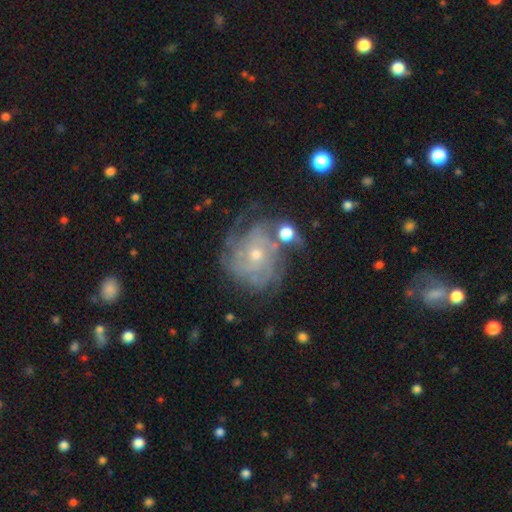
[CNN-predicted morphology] Q: Smooth or featured?
A: featured or disk (82%); runner-up: smooth (11%)
Q: Edge-on disk?
A: no (97%); runner-up: yes (3%)
Q: Bar?
A: no (80%); runner-up: weak (17%)
Q: Spiral arms?
A: yes (91%); runner-up: no (9%)
Q: Spiral winding?
A: tight (63%); runner-up: medium (27%)
Q: Spiral arm count?
A: can't tell (41%); runner-up: 4 (17%)
Q: Bulge size?
A: small (63%); runner-up: moderate (34%)
Q: Merging?
A: none (57%); runner-up: minor disturbance (21%)